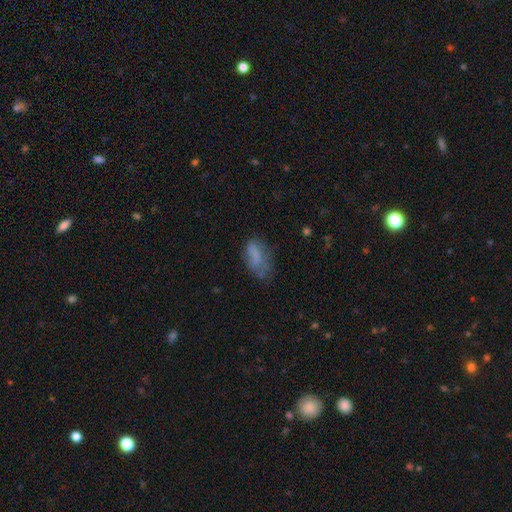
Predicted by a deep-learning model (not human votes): Q: Smooth or featured?
A: smooth (68%); runner-up: featured or disk (21%)
Q: How rounded?
A: in between (88%); runner-up: cigar-shaped (7%)
Q: Merging?
A: none (44%); runner-up: minor disturbance (30%)